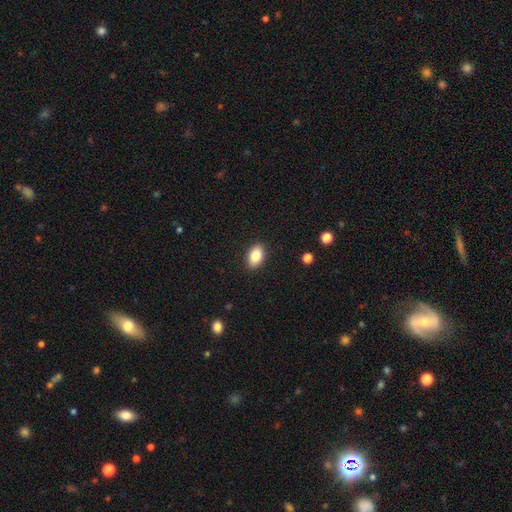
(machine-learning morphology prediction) type=smooth (85%); roundness=in between (90%); merging=none (89%).